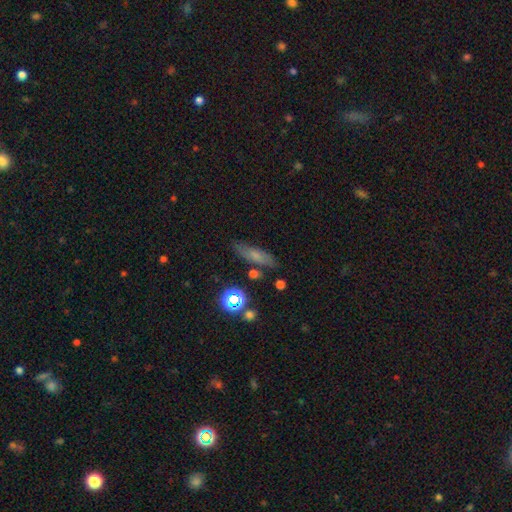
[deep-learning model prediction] This appears to be a smooth galaxy with no disk features (62%) that is cigar-shaped (57%). Merging: none (76%).